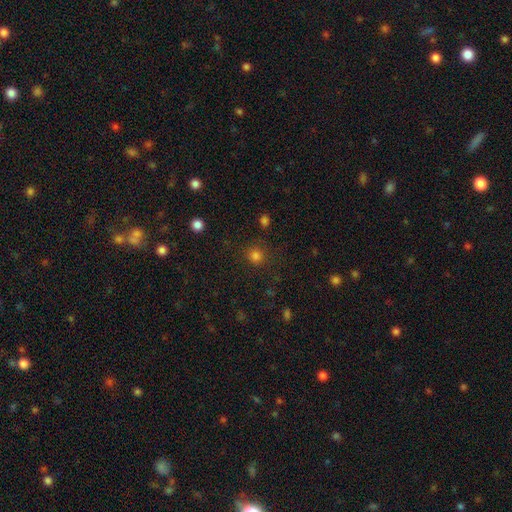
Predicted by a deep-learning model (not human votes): A smooth galaxy with no disk features (80%) that is round (92%). Merging: none (86%).